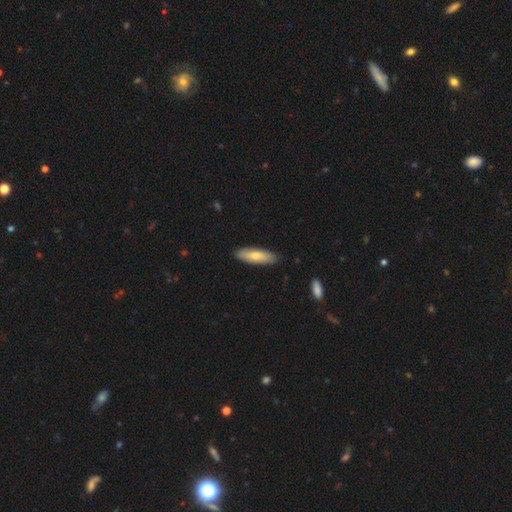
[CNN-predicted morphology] Overall: smooth (70%). How rounded: in between (53%; cigar-shaped 45%). Merging: none (87%).